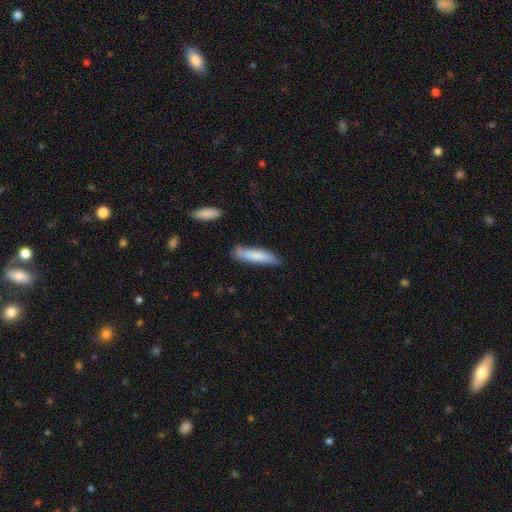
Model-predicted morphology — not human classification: smooth_or_featured: smooth (p=0.78) [alt: featured or disk p=0.17]
how_rounded: cigar-shaped (p=0.82) [alt: in between p=0.16]
merging: none (p=0.72) [alt: minor disturbance p=0.22]